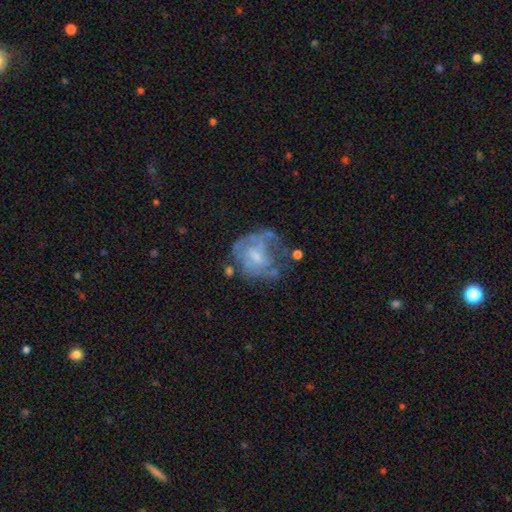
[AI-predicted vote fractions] A featured or disk galaxy (66%) with no bar (49%), no spiral arms (52%) and a small central bulge (37%).

Vote fractions:
- Smooth or featured? featured or disk: 66% / smooth: 24% / star or artifact: 10%
- Edge-on disk? no: 97% / yes: 3%
- Bar? no: 49% / weak: 42% / strong: 9%
- Spiral arms? no: 52% / yes: 48%
- Bulge size? small: 37% / moderate: 34% / none: 25% / large: 4% / dominant: 1%
- Merging? none: 39% / major disturbance: 31% / minor disturbance: 23% / merger: 6%